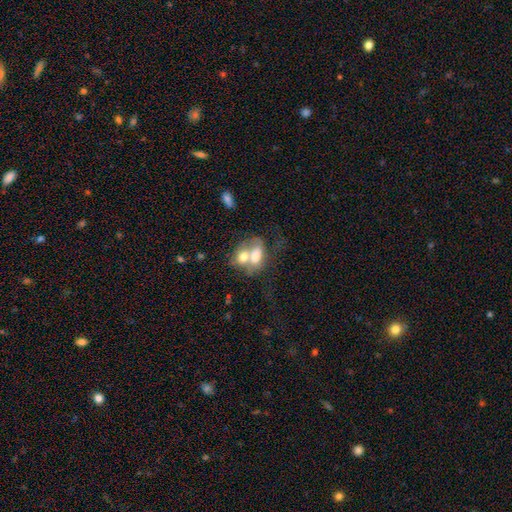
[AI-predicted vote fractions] The model was most divided on "smooth or featured": smooth: 60%, featured or disk: 31%, star or artifact: 9%. More confident: how rounded — in between (79%); merging — merger (74%).